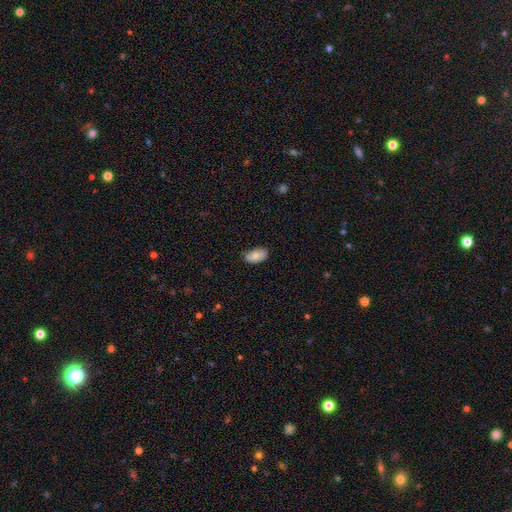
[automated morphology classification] Smooth or featured: smooth — 82% (featured or disk — 11%)
How rounded: in between — 94% (round — 4%)
Merging: none — 70% (minor disturbance — 25%)